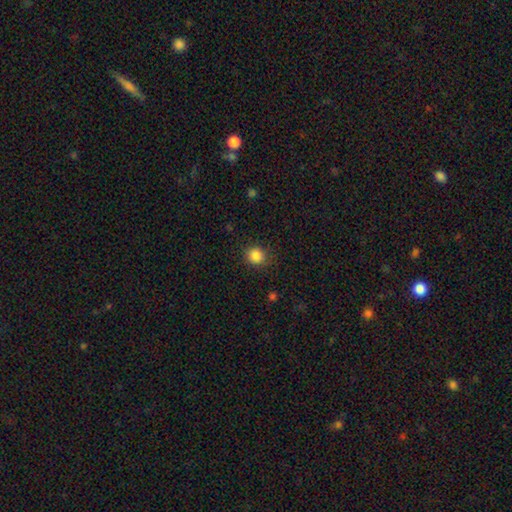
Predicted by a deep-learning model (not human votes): Smooth or featured? Predicted: smooth (p=0.86). How rounded? Predicted: round (p=0.83). Merging? Predicted: none (p=0.86).